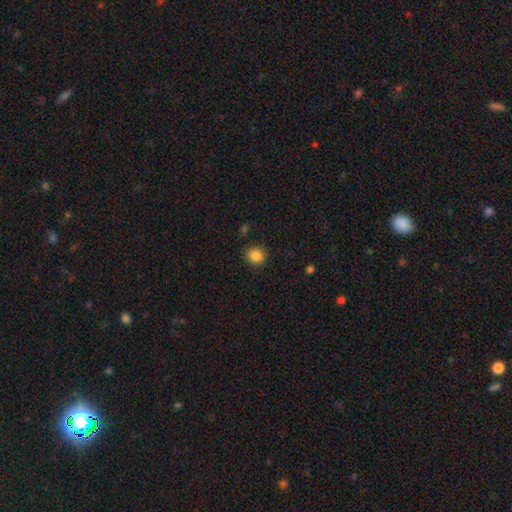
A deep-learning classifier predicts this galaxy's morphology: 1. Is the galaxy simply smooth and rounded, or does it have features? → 85% smooth, 11% star or artifact, 4% featured or disk.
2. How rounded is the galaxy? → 84% round, 15% in between, 1% cigar-shaped.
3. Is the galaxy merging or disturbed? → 87% none, 9% minor disturbance, 3% major disturbance, 1% merger.